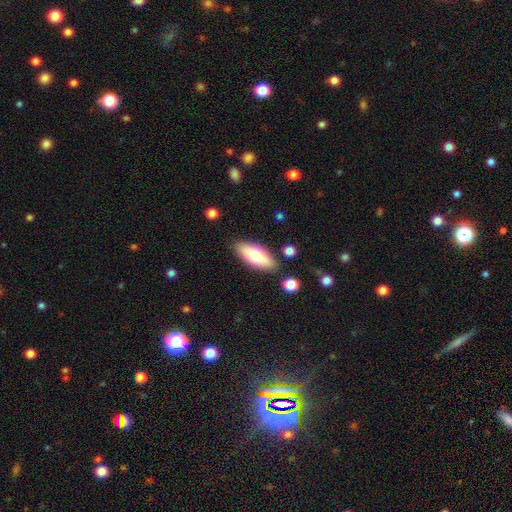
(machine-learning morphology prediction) This appears to be a smooth galaxy with no disk features (73%) that is in between round and cigar-shaped (77%). Merging: none (84%).